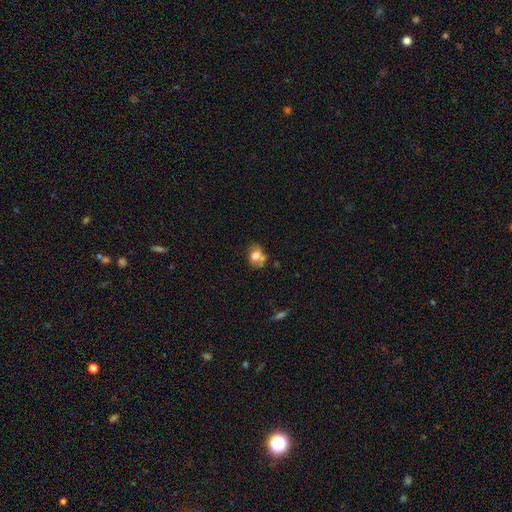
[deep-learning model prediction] smooth 71%, featured or disk 19%, star or artifact 11%. Down the decision tree: how rounded — round (53%); merging — none (47%).